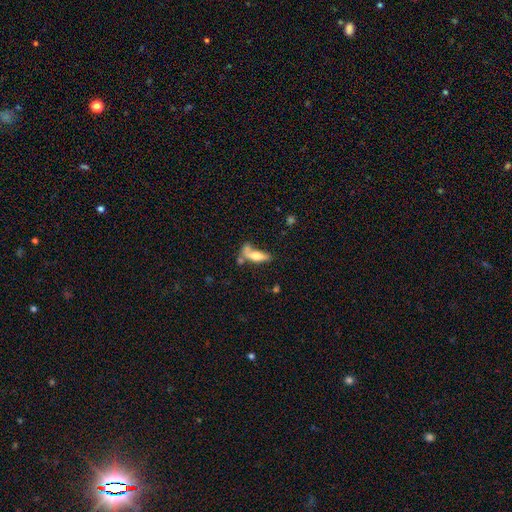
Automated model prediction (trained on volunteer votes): A smooth galaxy with no disk features (62%) that is in between round and cigar-shaped (54%). Merging: none (33%).